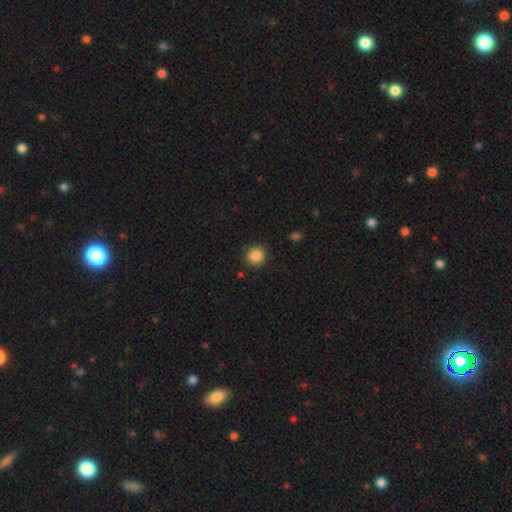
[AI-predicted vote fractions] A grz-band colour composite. It shows a smooth galaxy with no disk features (86%) that is round (86%). Merging: none (87%).